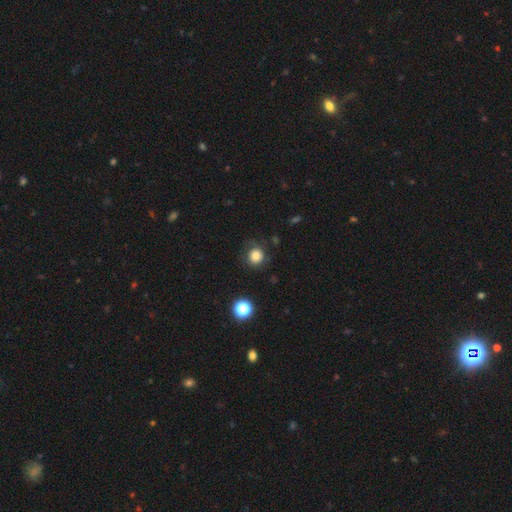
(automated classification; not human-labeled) Smooth or featured?
  - smooth: 78% *
  - star or artifact: 12%
  - featured or disk: 10%
How rounded?
  - round: 87% *
  - in between: 12%
  - cigar-shaped: 1%
Merging?
  - none: 74% *
  - minor disturbance: 16%
  - major disturbance: 8%
  - merger: 2%